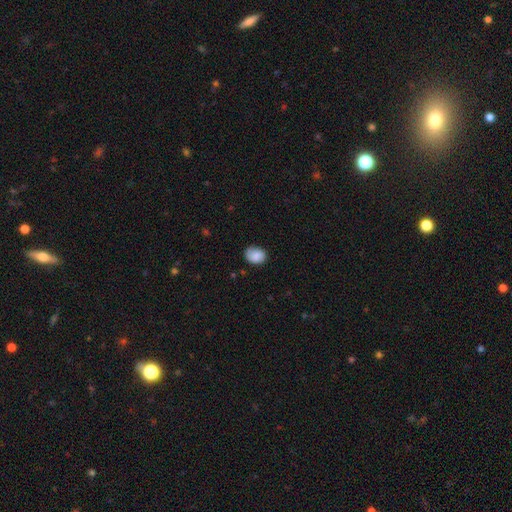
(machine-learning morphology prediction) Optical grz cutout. It shows a smooth galaxy with no disk features (81%) that is in between round and cigar-shaped (62%). Merging: none (71%).